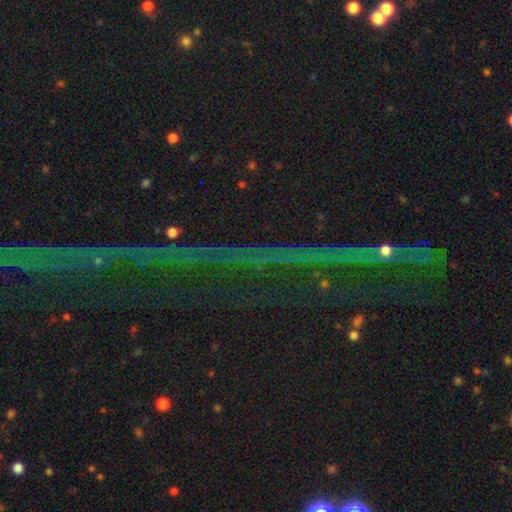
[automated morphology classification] Overall: star or artifact (82%).